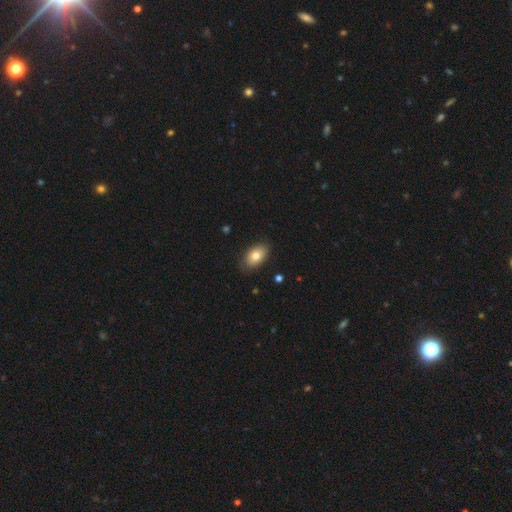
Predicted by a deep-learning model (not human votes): The model was most divided on "smooth or featured": smooth: 81%, featured or disk: 12%, star or artifact: 8%. More confident: how rounded — in between (90%); merging — none (85%).